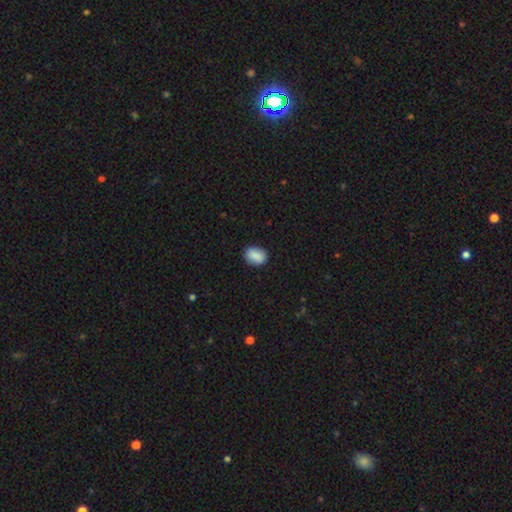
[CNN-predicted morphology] type=smooth (88%); roundness=in between (69%); merging=none (86%).